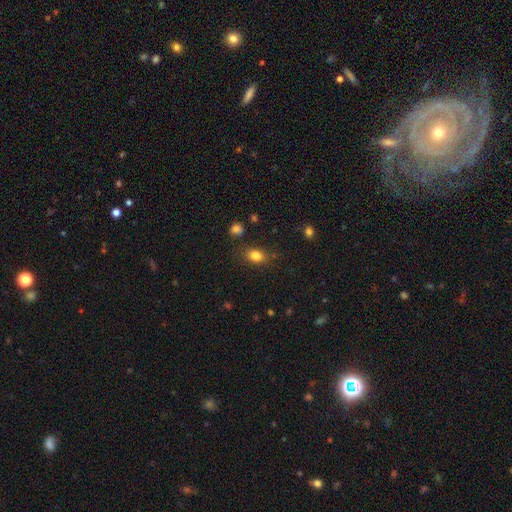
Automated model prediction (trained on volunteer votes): A smooth galaxy with no disk features (82%) that is in between round and cigar-shaped (73%). Merging: none (78%).